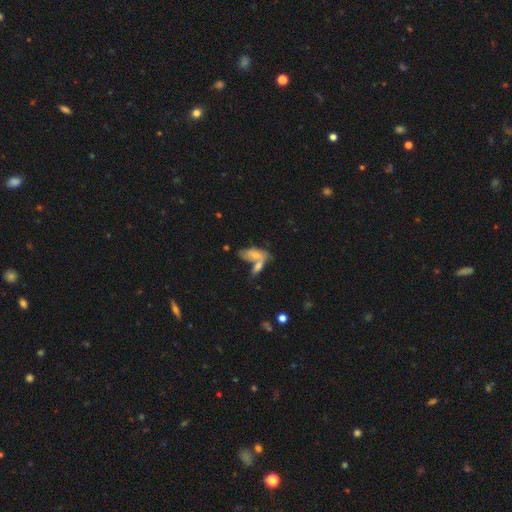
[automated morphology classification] Q: Smooth or featured?
A: smooth (56%); runner-up: featured or disk (35%)
Q: How rounded?
A: in between (79%); runner-up: cigar-shaped (18%)
Q: Merging?
A: merger (52%); runner-up: none (28%)